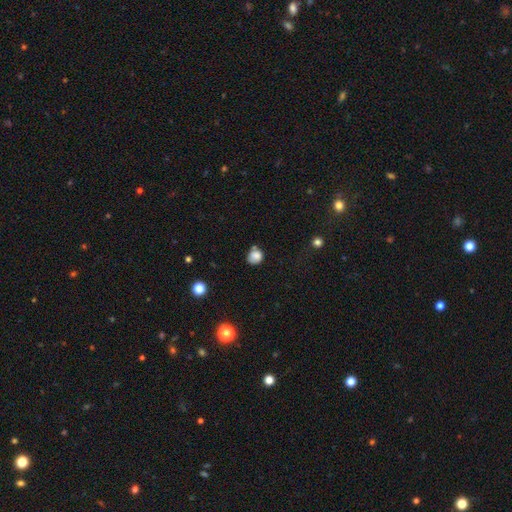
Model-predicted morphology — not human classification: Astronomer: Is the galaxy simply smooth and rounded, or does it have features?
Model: smooth — 81%.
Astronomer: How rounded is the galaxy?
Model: round — 73%.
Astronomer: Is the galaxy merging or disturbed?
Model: none — 62%.